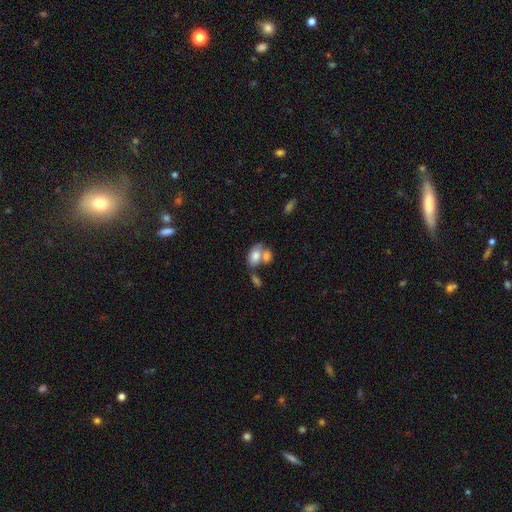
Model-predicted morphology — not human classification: This appears to be a smooth galaxy with no disk features (74%) that is in between round and cigar-shaped (86%). Merging: merger (55%).